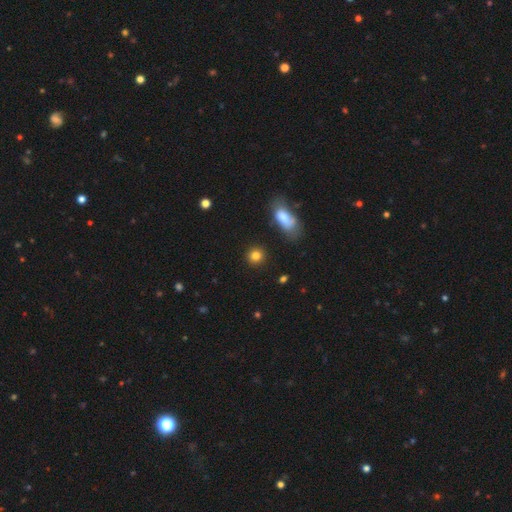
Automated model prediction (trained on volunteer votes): Morphology: type=smooth (83%); roundness=round (88%); merging=none (88%).